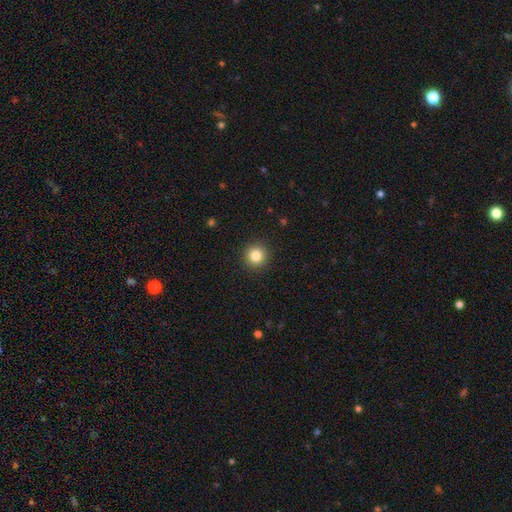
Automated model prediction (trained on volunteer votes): The model was most divided on "smooth or featured": smooth: 83%, star or artifact: 11%, featured or disk: 6%. More confident: how rounded — round (95%); merging — none (92%).